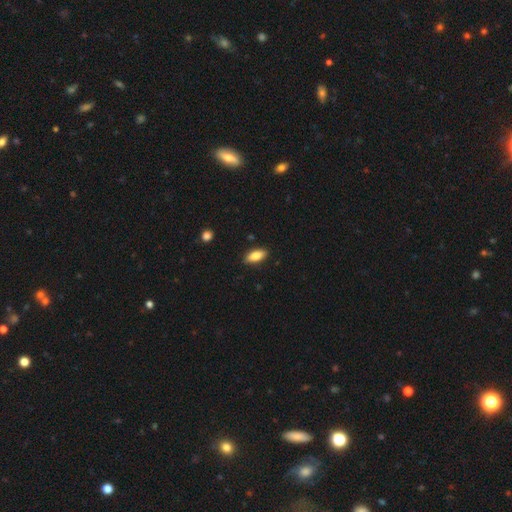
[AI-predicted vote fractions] A smooth galaxy with no disk features (82%) that is in between round and cigar-shaped (84%).

Vote fractions:
- Smooth or featured? smooth: 82% / featured or disk: 11% / star or artifact: 7%
- How rounded? in between: 84% / cigar-shaped: 13% / round: 3%
- Merging? none: 86% / minor disturbance: 11% / major disturbance: 2% / merger: 1%